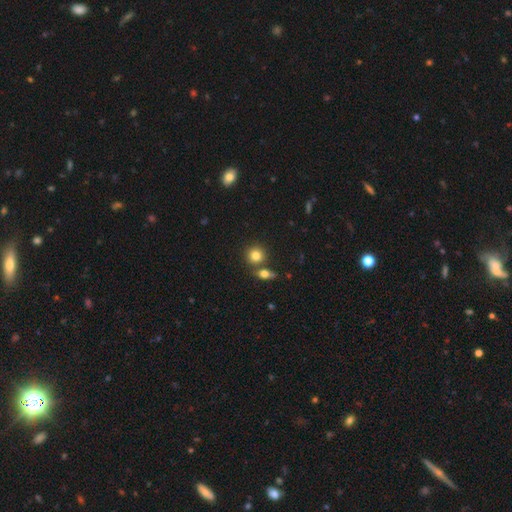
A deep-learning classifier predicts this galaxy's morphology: This is clearly a smooth galaxy (80%). How rounded: clearly round (86%). Merging: likely none (66%).